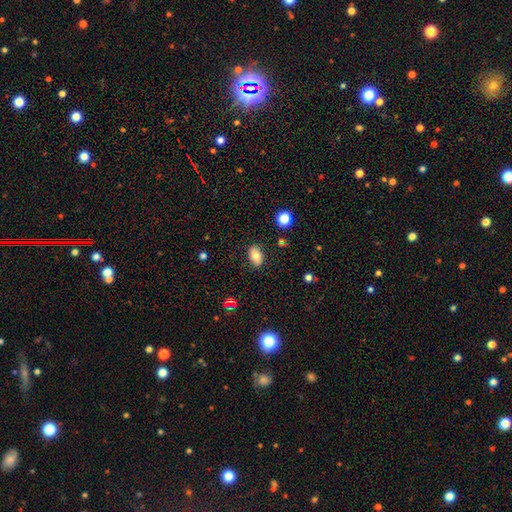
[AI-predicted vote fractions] Morphology: type=smooth (77%); roundness=in between (89%); merging=none (86%).